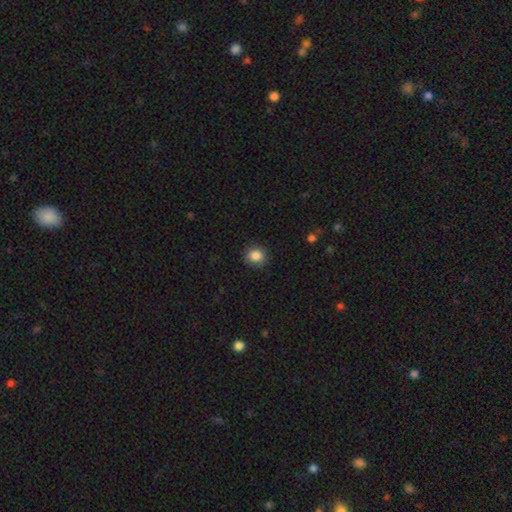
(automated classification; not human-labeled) A smooth galaxy with no disk features (87%) that is round (77%).

Vote fractions:
- Smooth or featured? smooth: 87% / star or artifact: 10% / featured or disk: 4%
- How rounded? round: 77% / in between: 22% / cigar-shaped: 1%
- Merging? none: 87% / minor disturbance: 10% / major disturbance: 3% / merger: 1%